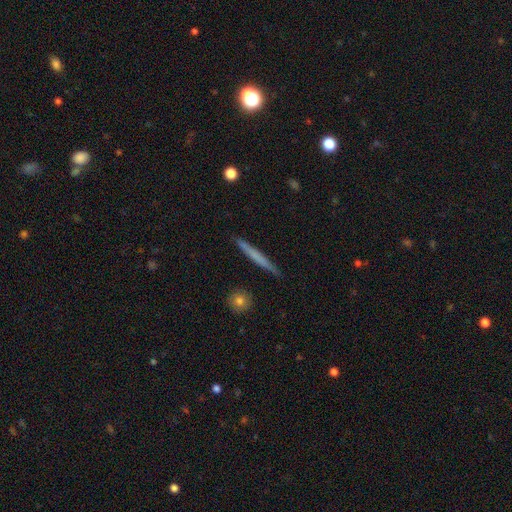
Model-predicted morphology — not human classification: A smooth galaxy with no disk features (53%) that is cigar-shaped (96%).

Vote fractions:
- Smooth or featured? smooth: 53% / featured or disk: 42% / star or artifact: 6%
- How rounded? cigar-shaped: 96% / in between: 2% / round: 2%
- Merging? none: 89% / minor disturbance: 8% / major disturbance: 2% / merger: 1%